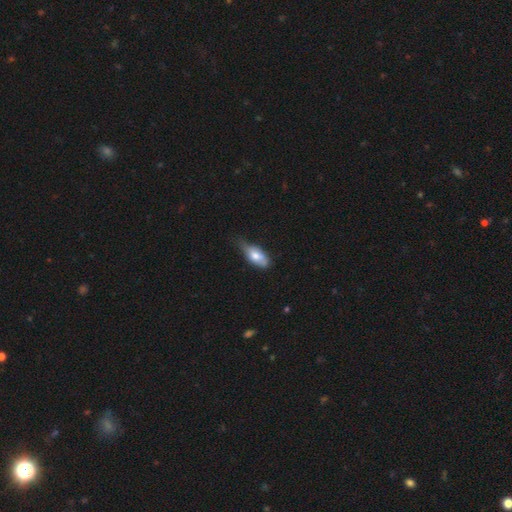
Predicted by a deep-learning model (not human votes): This is likely a smooth galaxy (70%). How rounded: clearly in between (84%). Merging: possibly minor disturbance (48%).